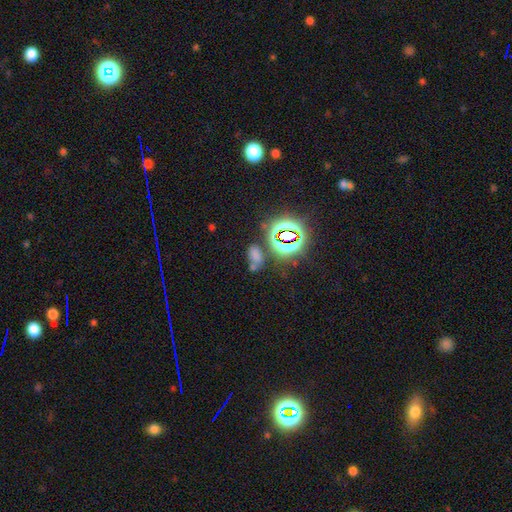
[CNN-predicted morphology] The model was most divided on "smooth or featured": smooth: 54%, star or artifact: 37%, featured or disk: 9%. More confident: how rounded — in between (86%); merging — none (54%).